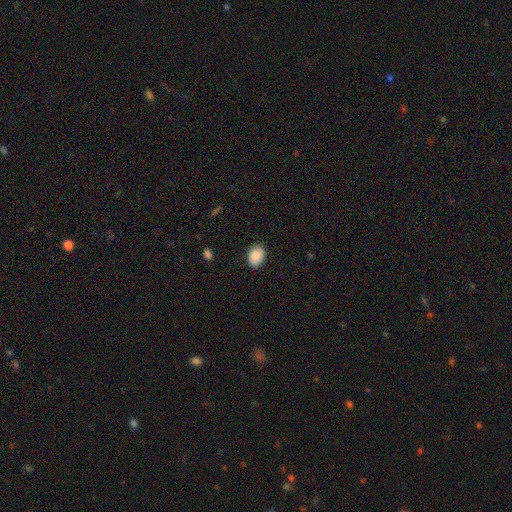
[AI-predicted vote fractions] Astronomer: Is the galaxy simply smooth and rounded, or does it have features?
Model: smooth — 88%.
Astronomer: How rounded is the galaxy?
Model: in between — 69%.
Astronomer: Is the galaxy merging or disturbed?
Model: none — 84%.